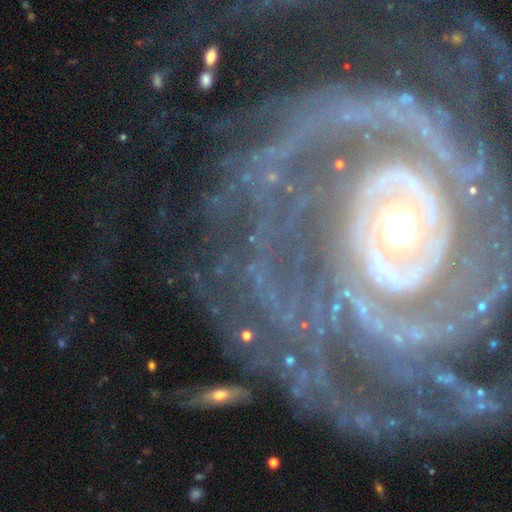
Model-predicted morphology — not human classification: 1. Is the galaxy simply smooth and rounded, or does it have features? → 90% featured or disk, 6% star or artifact, 4% smooth.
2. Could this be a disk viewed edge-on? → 97% no, 3% yes.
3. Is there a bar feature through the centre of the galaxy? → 65% no, 20% weak, 15% strong.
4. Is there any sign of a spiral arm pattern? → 95% yes, 5% no.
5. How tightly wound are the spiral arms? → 74% tight, 19% medium, 7% loose.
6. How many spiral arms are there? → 24% can't tell, 22% 2, 15% more than 4, 14% 3, 13% 4, 11% 1.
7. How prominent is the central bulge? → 61% moderate, 25% small, 12% large, 2% dominant, 1% none.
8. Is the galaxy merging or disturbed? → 69% none, 14% minor disturbance, 14% major disturbance, 2% merger.